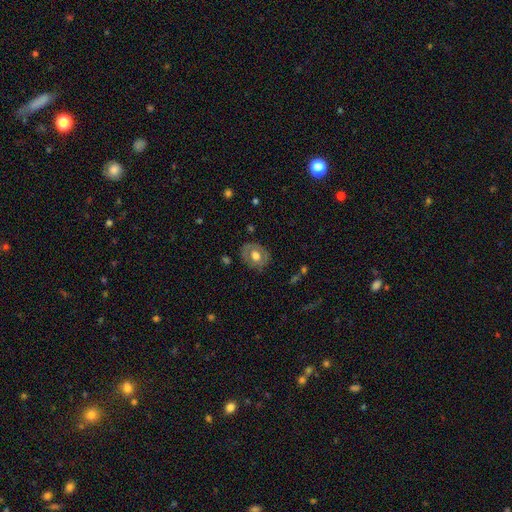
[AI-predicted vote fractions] A smooth galaxy with no disk features (52%) that is round (61%). Merging: none (79%).